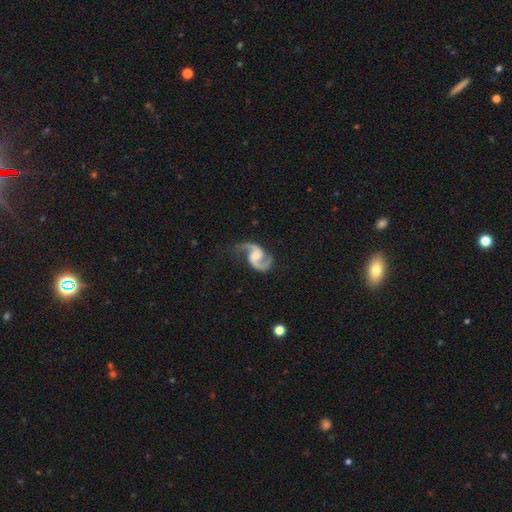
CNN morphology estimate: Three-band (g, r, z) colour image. It shows a featured or disk galaxy (93%) with no bar (49%), 2 (94%) medium (49%) spiral arms (98%) and a moderate central bulge (42%). Merging: none (71%).